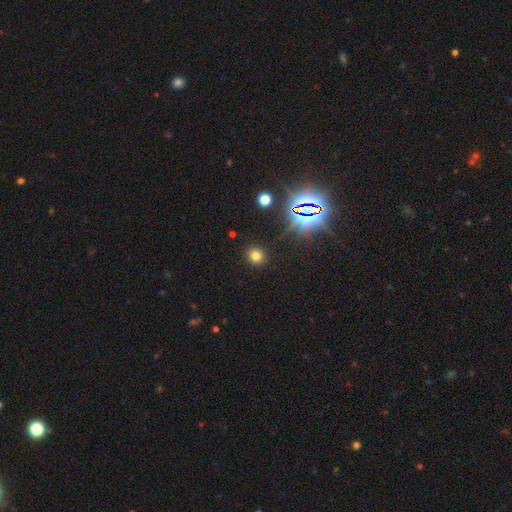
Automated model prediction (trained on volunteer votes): Smooth or featured? Predicted: smooth (p=0.71). How rounded? Predicted: round (p=0.89). Merging? Predicted: none (p=0.91).